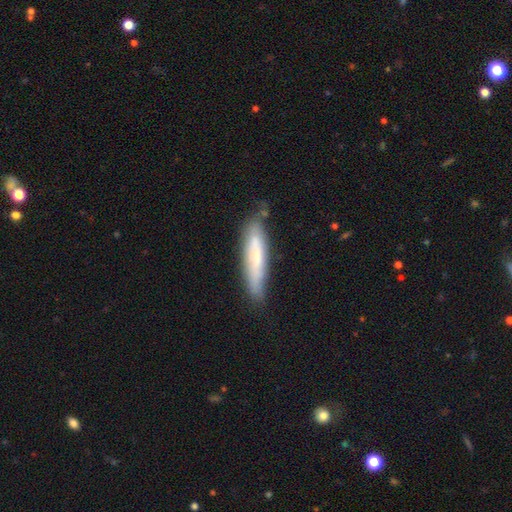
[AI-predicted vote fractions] Smooth or featured? smooth (58%)
How rounded? cigar-shaped (84%)
Merging? none (71%)